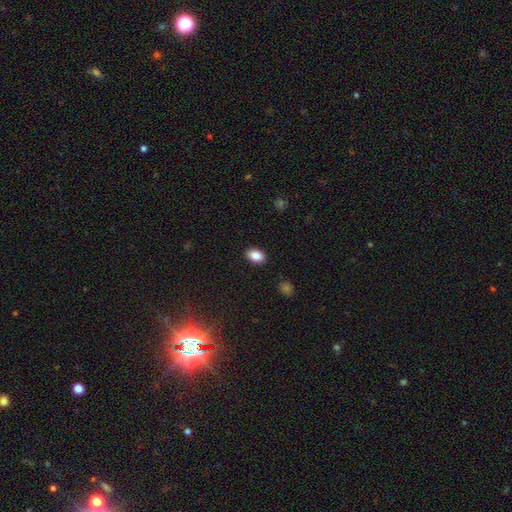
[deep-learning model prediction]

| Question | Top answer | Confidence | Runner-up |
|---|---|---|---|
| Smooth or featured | smooth | 87% | star or artifact (8%) |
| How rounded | in between | 87% | round (12%) |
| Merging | none | 89% | minor disturbance (8%) |